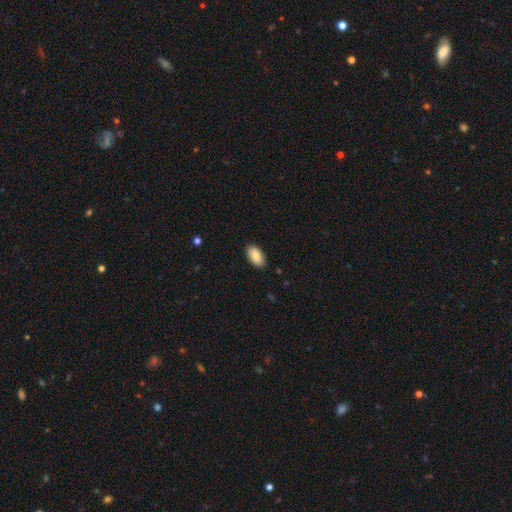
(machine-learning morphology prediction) smooth 83%, featured or disk 10%, star or artifact 7%. Down the decision tree: how rounded — in between (95%); merging — none (87%).